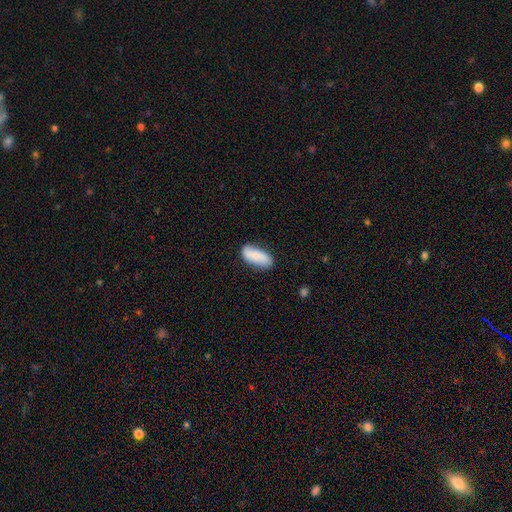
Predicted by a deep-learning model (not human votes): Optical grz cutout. It shows a smooth galaxy with no disk features (78%) that is in between round and cigar-shaped (85%). Merging: none (74%).